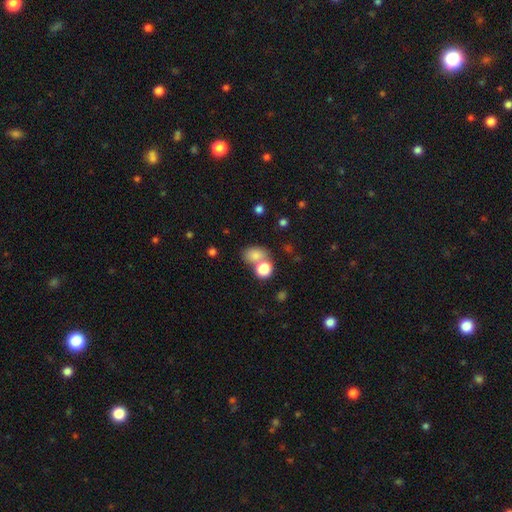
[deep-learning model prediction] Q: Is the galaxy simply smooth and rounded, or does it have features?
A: smooth — 78%.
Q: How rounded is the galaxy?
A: in between — 56%.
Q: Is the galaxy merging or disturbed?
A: none — 44%.